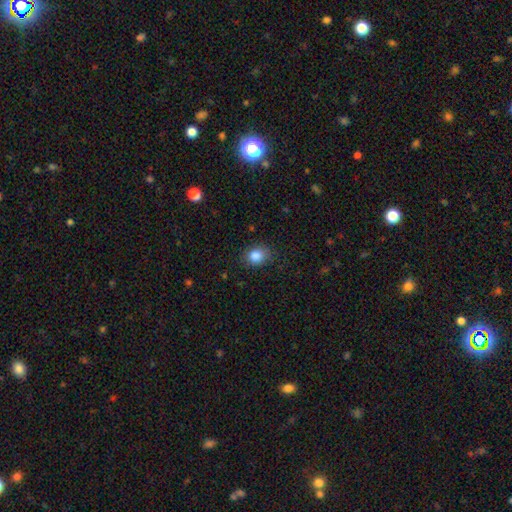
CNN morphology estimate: Smooth or featured: smooth — 86% (star or artifact — 10%)
How rounded: round — 58% (in between — 41%)
Merging: none — 79% (minor disturbance — 16%)